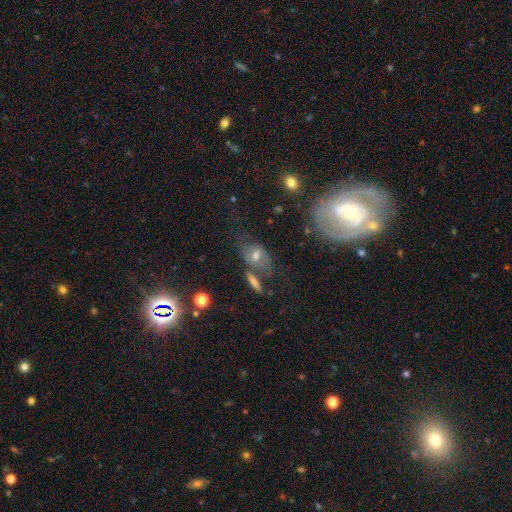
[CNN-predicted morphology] A featured or disk galaxy (46%).

Vote fractions:
- Smooth or featured? featured or disk: 46% / smooth: 35% / star or artifact: 19%
- Merging? none: 48% / minor disturbance: 19% / merger: 18% / major disturbance: 15%